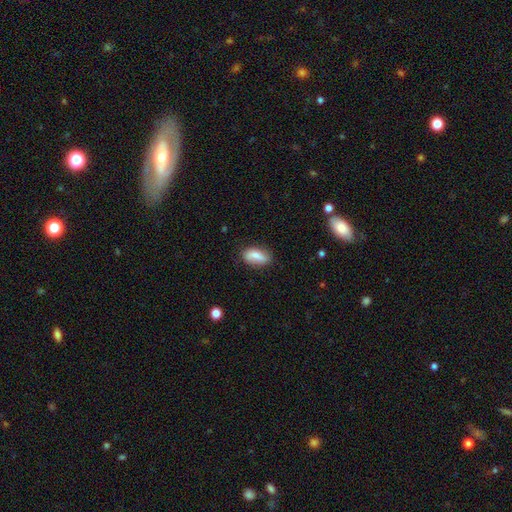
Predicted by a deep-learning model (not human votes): smooth-or-featured: smooth: 74% | featured or disk: 19% | star or artifact: 7%
  how-rounded: in between: 86% | cigar-shaped: 9% | round: 5%
  merging: none: 76% | minor disturbance: 18% | major disturbance: 4% | merger: 2%